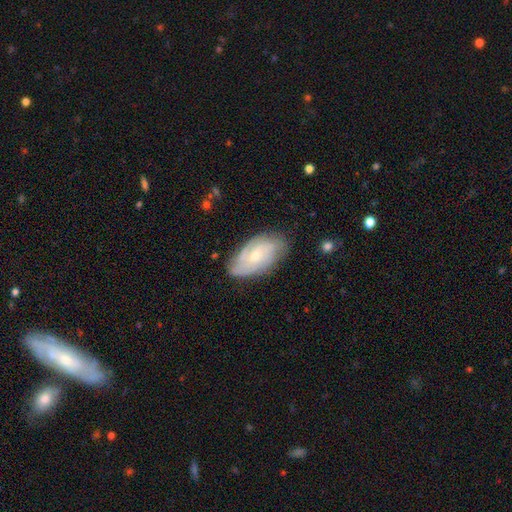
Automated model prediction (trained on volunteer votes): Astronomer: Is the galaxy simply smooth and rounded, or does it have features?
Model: featured or disk — 68%.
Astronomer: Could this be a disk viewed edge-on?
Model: no — 94%.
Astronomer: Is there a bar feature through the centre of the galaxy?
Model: no — 62%.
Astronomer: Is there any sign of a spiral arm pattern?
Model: yes — 89%.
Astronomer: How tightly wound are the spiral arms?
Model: tight — 51% (runner-up: medium, 36%).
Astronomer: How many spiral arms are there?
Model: can't tell — 37% (runner-up: 2, 26%).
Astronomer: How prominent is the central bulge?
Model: small — 57% (runner-up: moderate, 38%).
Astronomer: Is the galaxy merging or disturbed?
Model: none — 71%.